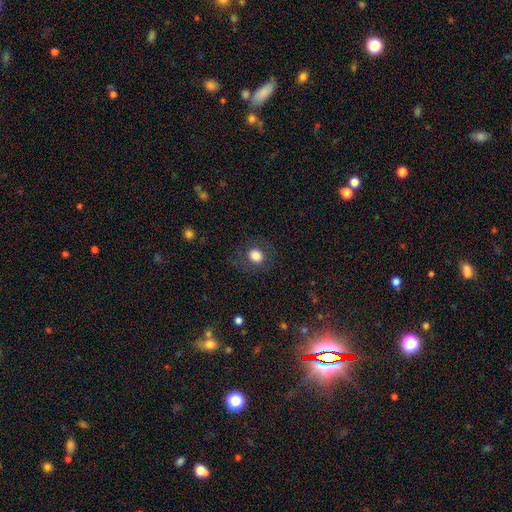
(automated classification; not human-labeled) This is clearly a smooth galaxy (81%). How rounded: likely round (69%). Merging: clearly none (83%).